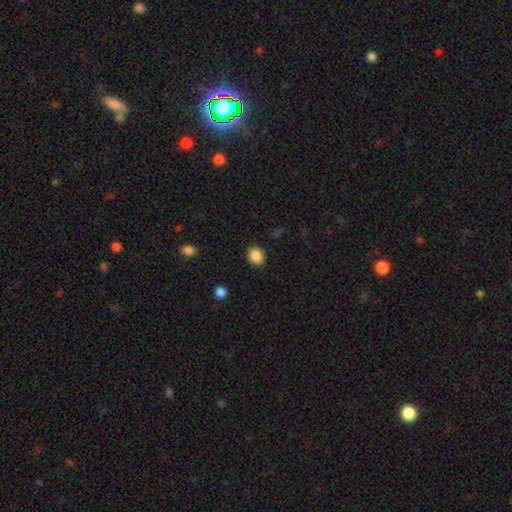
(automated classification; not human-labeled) A smooth galaxy with no disk features (87%) that is round (56%).

Vote fractions:
- Smooth or featured? smooth: 87% / star or artifact: 9% / featured or disk: 4%
- How rounded? round: 56% / in between: 43% / cigar-shaped: 1%
- Merging? none: 87% / minor disturbance: 9% / major disturbance: 3% / merger: 1%